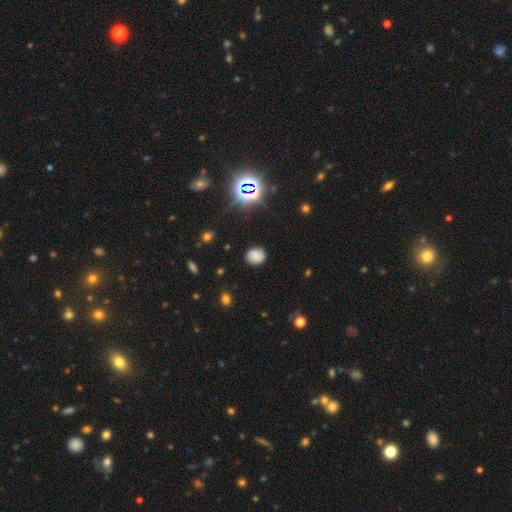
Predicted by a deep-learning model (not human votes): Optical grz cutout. It shows a smooth galaxy with no disk features (70%) that is round (64%). Merging: none (82%).